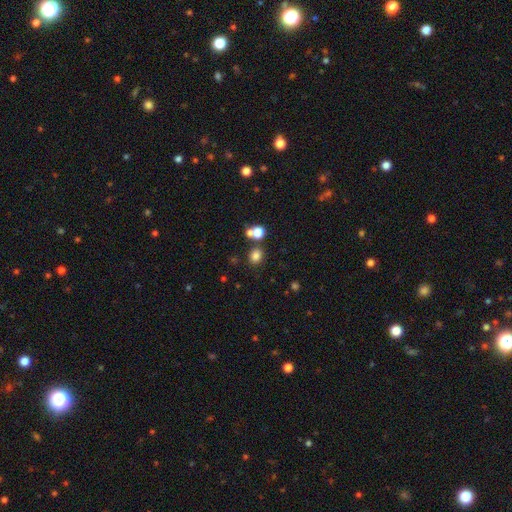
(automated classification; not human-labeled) Smooth or featured? smooth (79%)
How rounded? round (67%)
Merging? none (74%)